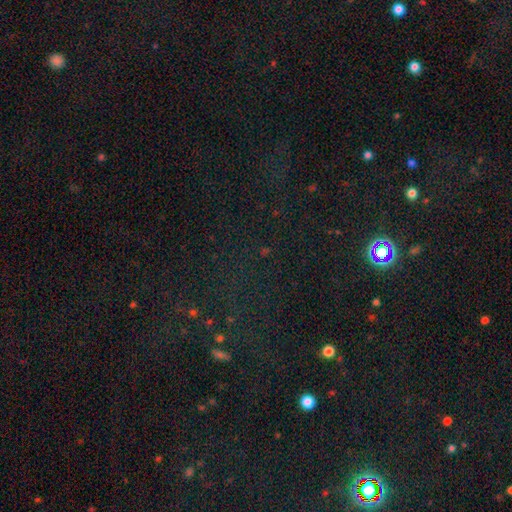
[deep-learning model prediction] Overall: star or artifact (70%).